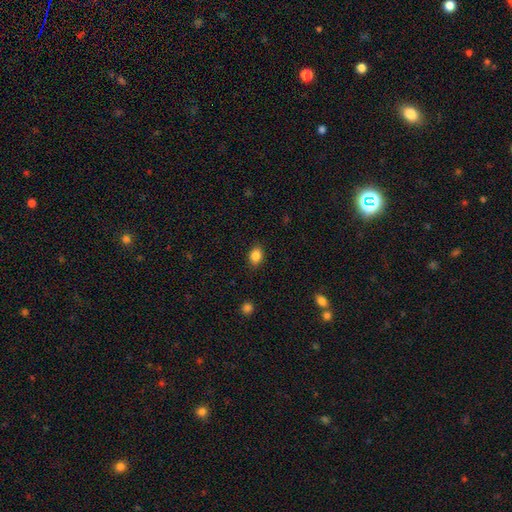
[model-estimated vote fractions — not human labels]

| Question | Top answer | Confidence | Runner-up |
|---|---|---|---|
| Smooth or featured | smooth | 86% | star or artifact (10%) |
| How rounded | in between | 69% | round (30%) |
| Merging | none | 86% | minor disturbance (10%) |